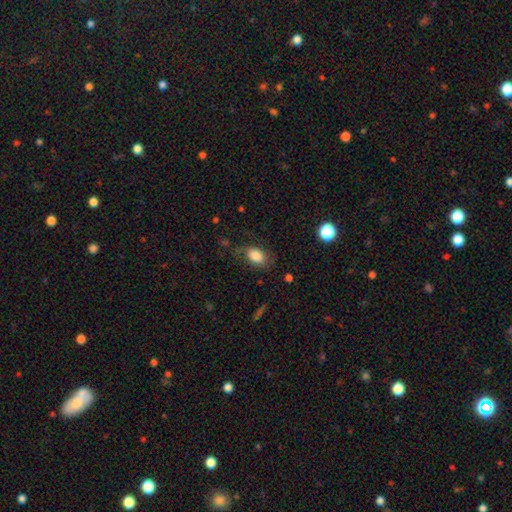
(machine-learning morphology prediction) This appears to be a smooth galaxy with no disk features (81%) that is in between round and cigar-shaped (85%). Merging: none (63%).